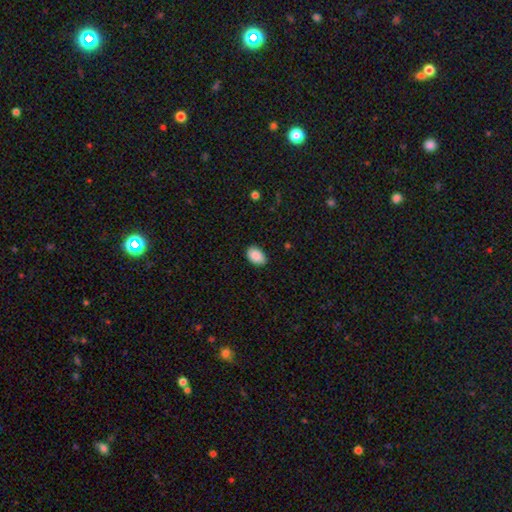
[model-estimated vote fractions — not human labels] Q: Smooth or featured?
A: smooth (89%); runner-up: star or artifact (7%)
Q: How rounded?
A: in between (86%); runner-up: round (13%)
Q: Merging?
A: none (83%); runner-up: minor disturbance (14%)